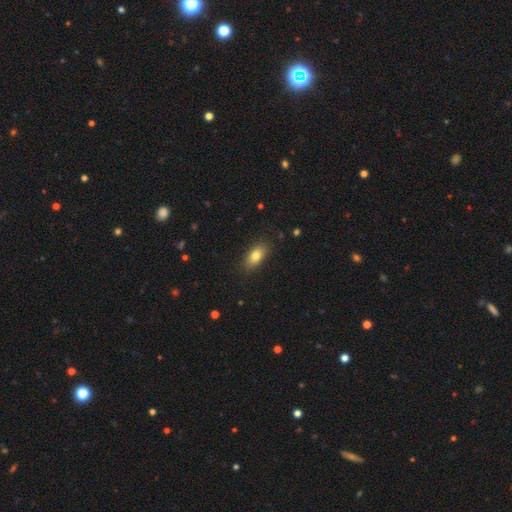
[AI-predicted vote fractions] smooth 80%, featured or disk 12%, star or artifact 8%. Down the decision tree: how rounded — in between (88%); merging — none (86%).